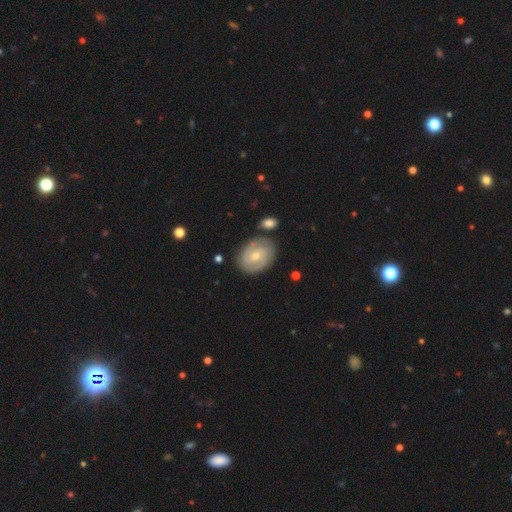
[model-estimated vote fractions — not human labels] This appears to be a featured or disk galaxy (73%) with no bar (59%), 2 (55%) tight (59%) spiral arms (89%) and a small central bulge (61%). Merging: none (78%).